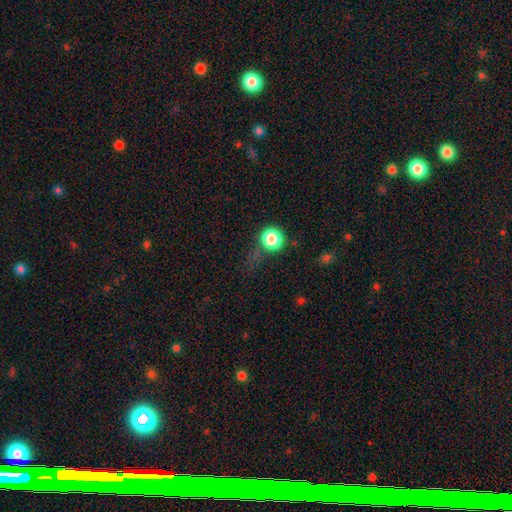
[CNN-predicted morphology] Overall: smooth (70%). How rounded: round (89%). Merging: none (58%; minor disturbance 19%).